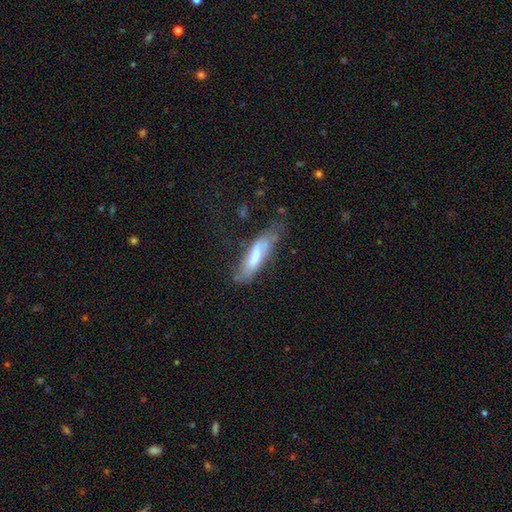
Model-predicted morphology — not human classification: The model was most divided on "smooth or featured": featured or disk: 53%, smooth: 39%, star or artifact: 7%. Remaining: edge-on disk — no (60%); merging — none (49%).